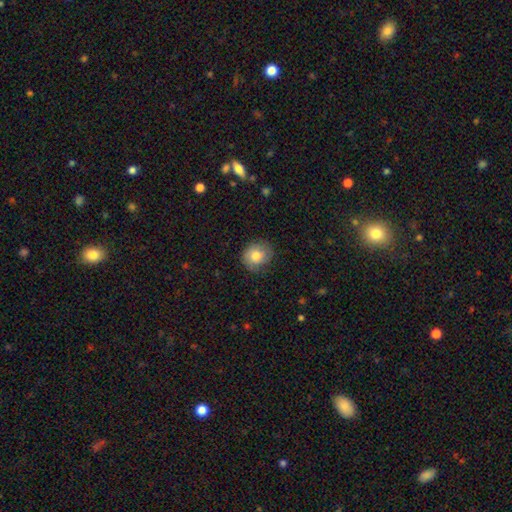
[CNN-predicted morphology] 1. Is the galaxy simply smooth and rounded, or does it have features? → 79% smooth, 13% featured or disk, 8% star or artifact.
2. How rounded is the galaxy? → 78% round, 21% in between, 1% cigar-shaped.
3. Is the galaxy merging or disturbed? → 80% none, 16% minor disturbance, 3% major disturbance, 1% merger.